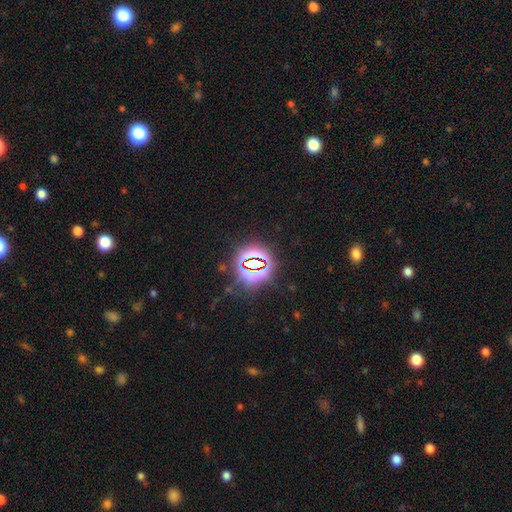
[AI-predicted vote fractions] A star or artifact, not a galaxy (78%).

Vote fractions:
- Smooth or featured? star or artifact: 78% / smooth: 14% / featured or disk: 8%